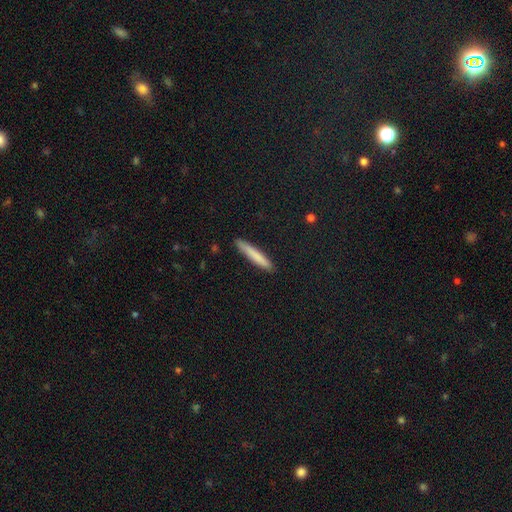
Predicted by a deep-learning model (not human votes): Smooth or featured?
  - smooth: 79% *
  - featured or disk: 15%
  - star or artifact: 6%
How rounded?
  - cigar-shaped: 95% *
  - in between: 4%
  - round: 1%
Merging?
  - none: 89% *
  - minor disturbance: 8%
  - major disturbance: 2%
  - merger: 1%